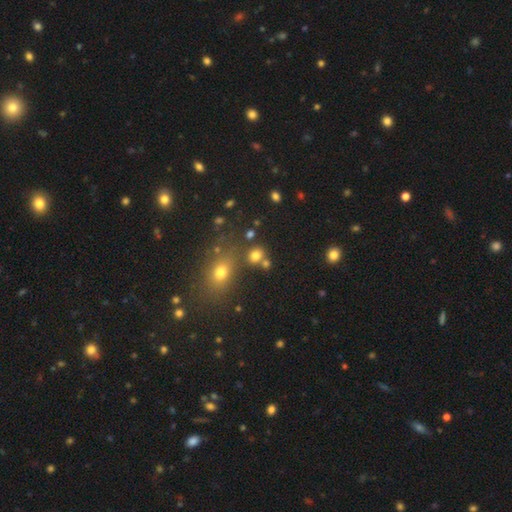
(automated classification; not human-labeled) The model was most divided on "how rounded": round: 69%, in between: 30%, cigar-shaped: 1%. More confident: smooth or featured — smooth (75%); merging — none (65%).